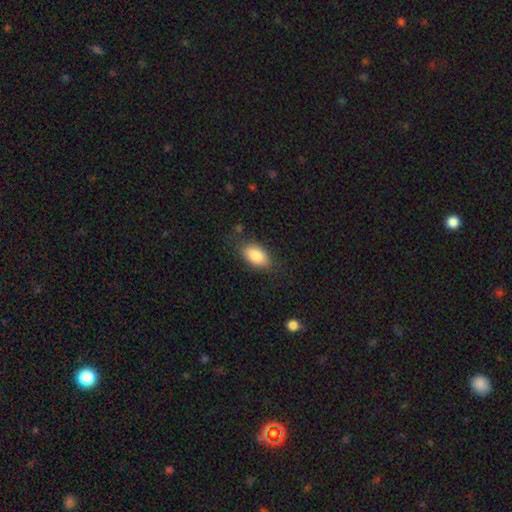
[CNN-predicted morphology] A smooth galaxy with no disk features (86%) that is in between round and cigar-shaped (92%).

Vote fractions:
- Smooth or featured? smooth: 86% / featured or disk: 7% / star or artifact: 7%
- How rounded? in between: 92% / round: 5% / cigar-shaped: 3%
- Merging? none: 79% / minor disturbance: 15% / major disturbance: 4% / merger: 2%